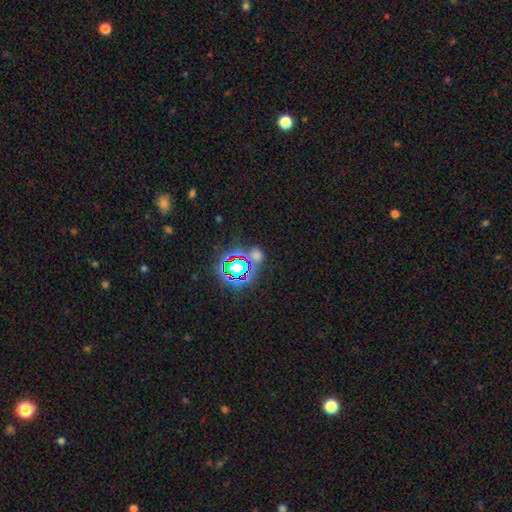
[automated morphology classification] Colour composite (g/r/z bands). It shows a star or artifact, not a galaxy (51%).